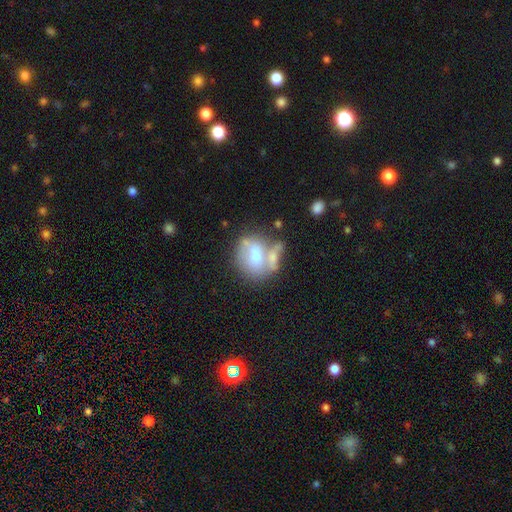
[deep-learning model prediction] smooth 53%, featured or disk 38%, star or artifact 9%. Down the decision tree: how rounded — round (50%); merging — merger (47%).